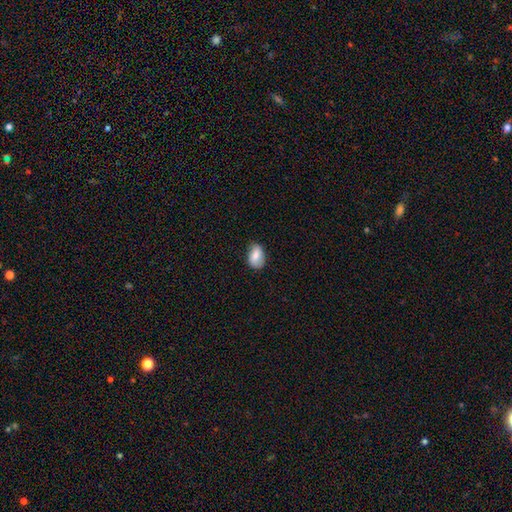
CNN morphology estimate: smooth-or-featured: smooth: 78% | featured or disk: 14% | star or artifact: 7%
  how-rounded: in between: 87% | round: 12% | cigar-shaped: 2%
  merging: none: 71% | minor disturbance: 23% | major disturbance: 5% | merger: 1%